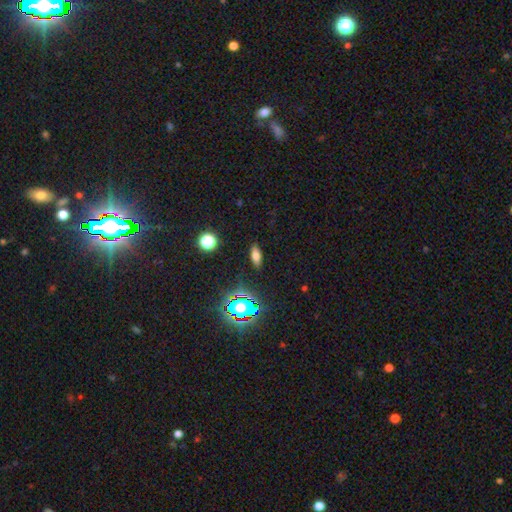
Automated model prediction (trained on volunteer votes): Smooth or featured: smooth — 65% (star or artifact — 19%)
How rounded: in between — 73% (cigar-shaped — 21%)
Merging: none — 88% (minor disturbance — 9%)